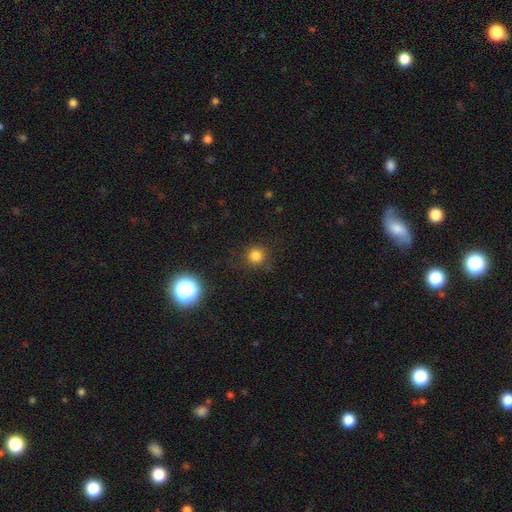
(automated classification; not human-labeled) Smooth or featured? Predicted: smooth (p=0.80). How rounded? Predicted: round (p=0.93). Merging? Predicted: none (p=0.84).